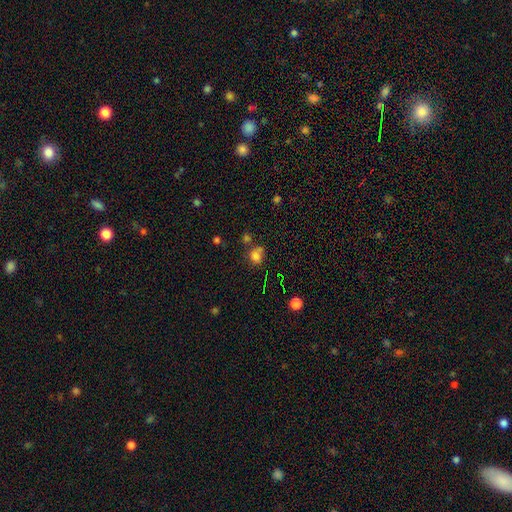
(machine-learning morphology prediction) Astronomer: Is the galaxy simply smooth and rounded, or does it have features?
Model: smooth — 68%.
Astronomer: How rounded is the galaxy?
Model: round — 60% (runner-up: in between, 38%).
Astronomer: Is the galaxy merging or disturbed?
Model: none — 48%.